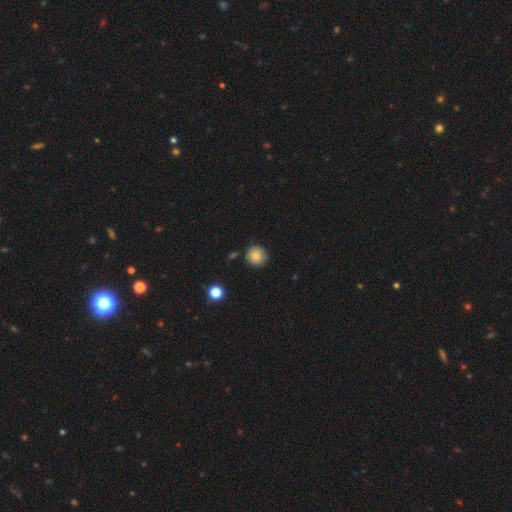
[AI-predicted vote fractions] smooth 83%, star or artifact 9%, featured or disk 7%. Down the decision tree: how rounded — round (93%); merging — none (86%).